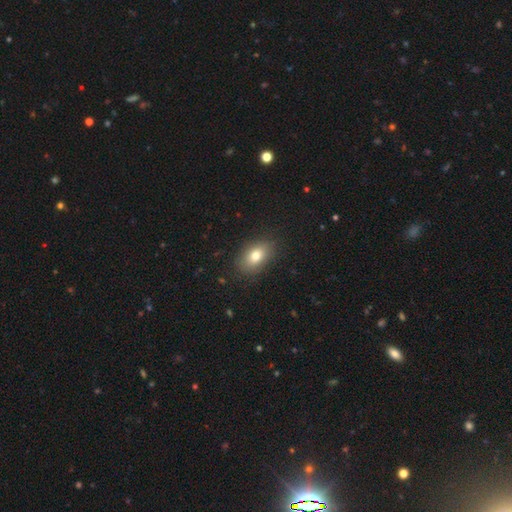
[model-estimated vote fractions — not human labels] Q: Smooth or featured?
A: smooth (79%); runner-up: featured or disk (12%)
Q: How rounded?
A: in between (86%); runner-up: round (12%)
Q: Merging?
A: none (85%); runner-up: minor disturbance (11%)